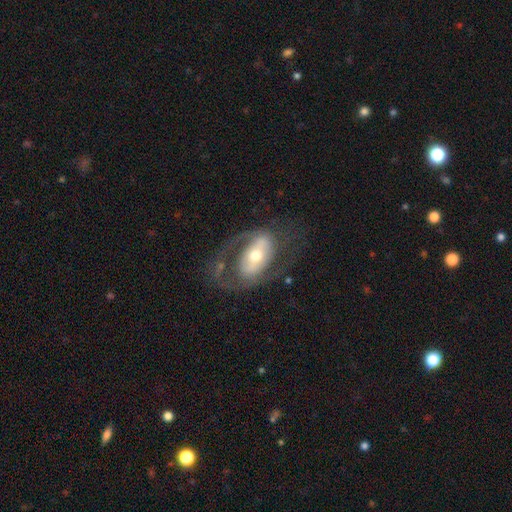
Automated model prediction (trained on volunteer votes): Smooth or featured? Predicted: featured or disk (p=0.75). Edge-on disk? Predicted: no (p=0.94). Bar? Predicted: strong (p=0.38). Spiral arms? Predicted: yes (p=0.72). Spiral winding? Predicted: medium (p=0.47). Spiral arm count? Predicted: 2 (p=0.74). Bulge size? Predicted: moderate (p=0.64). Merging? Predicted: none (p=0.55).